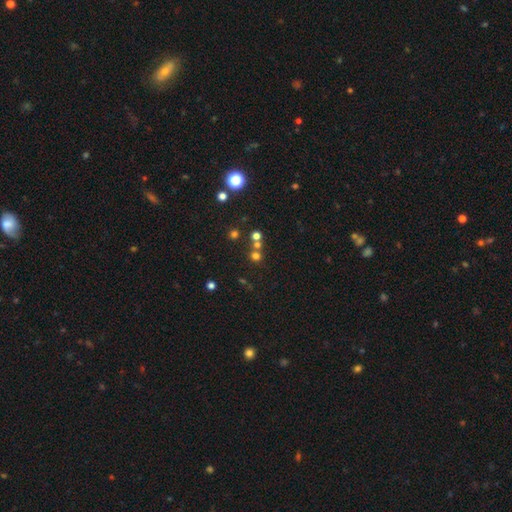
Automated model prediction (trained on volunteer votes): Q: Smooth or featured?
A: smooth (60%); runner-up: star or artifact (29%)
Q: How rounded?
A: round (89%); runner-up: in between (10%)
Q: Merging?
A: none (59%); runner-up: merger (31%)